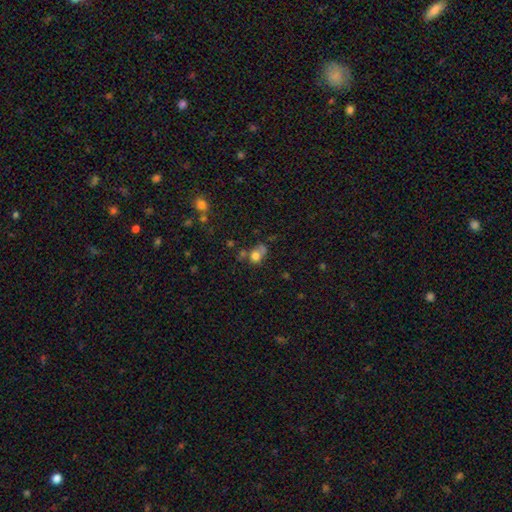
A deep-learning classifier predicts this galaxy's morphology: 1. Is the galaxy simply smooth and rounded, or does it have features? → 72% smooth, 14% featured or disk, 14% star or artifact.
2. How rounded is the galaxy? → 67% round, 32% in between, 1% cigar-shaped.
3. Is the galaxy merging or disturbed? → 38% none, 31% merger, 18% minor disturbance, 13% major disturbance.